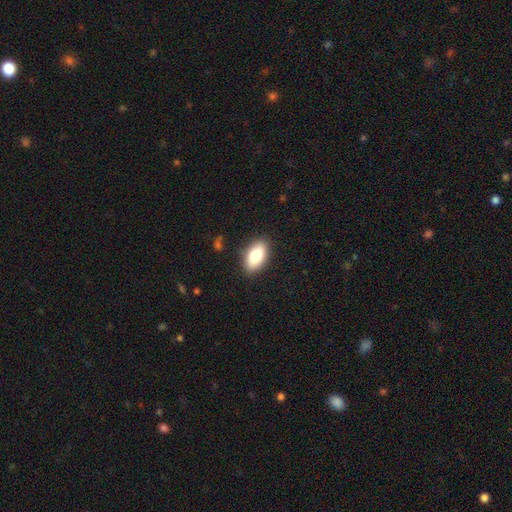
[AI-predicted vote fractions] A smooth galaxy with no disk features (82%) that is in between round and cigar-shaped (92%).

Vote fractions:
- Smooth or featured? smooth: 82% / featured or disk: 11% / star or artifact: 7%
- How rounded? in between: 92% / cigar-shaped: 4% / round: 4%
- Merging? none: 87% / minor disturbance: 9% / major disturbance: 2% / merger: 1%